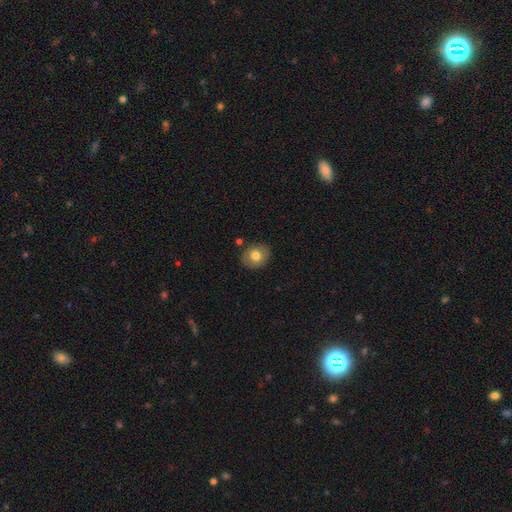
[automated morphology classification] type=smooth (76%); roundness=round (65%); merging=none (85%).